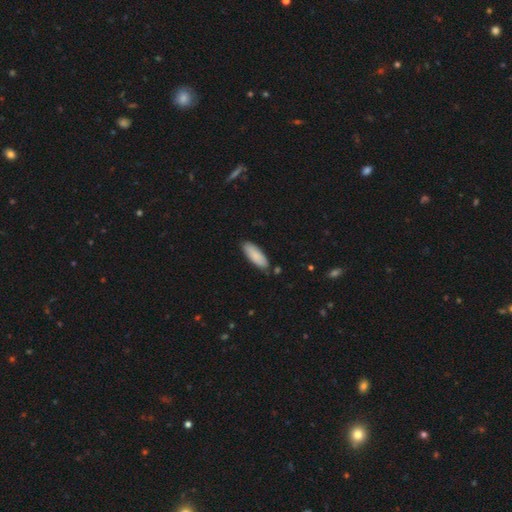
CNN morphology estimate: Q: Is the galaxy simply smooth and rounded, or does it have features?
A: smooth — 87%.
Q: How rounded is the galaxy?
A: in between — 66%.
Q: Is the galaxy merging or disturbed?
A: none — 82%.